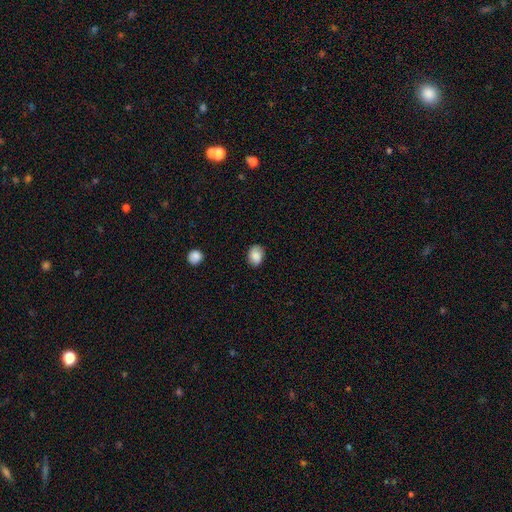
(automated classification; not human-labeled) Smooth or featured? Predicted: smooth (p=0.87). How rounded? Predicted: in between (p=0.66). Merging? Predicted: none (p=0.82).